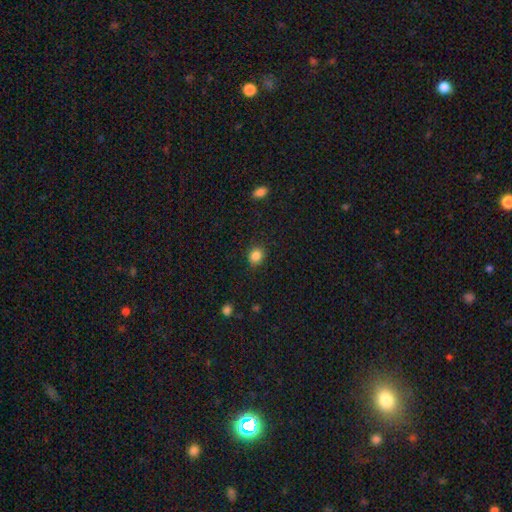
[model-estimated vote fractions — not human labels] Q: Smooth or featured?
A: smooth (85%); runner-up: star or artifact (10%)
Q: How rounded?
A: round (70%); runner-up: in between (29%)
Q: Merging?
A: none (86%); runner-up: minor disturbance (10%)